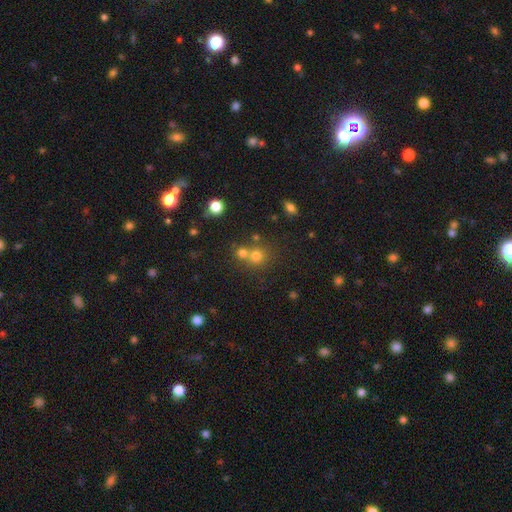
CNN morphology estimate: Smooth or featured?
  - smooth: 69% *
  - star or artifact: 21%
  - featured or disk: 10%
How rounded?
  - round: 86% *
  - in between: 13%
  - cigar-shaped: 1%
Merging?
  - none: 49% *
  - merger: 41%
  - minor disturbance: 7%
  - major disturbance: 3%